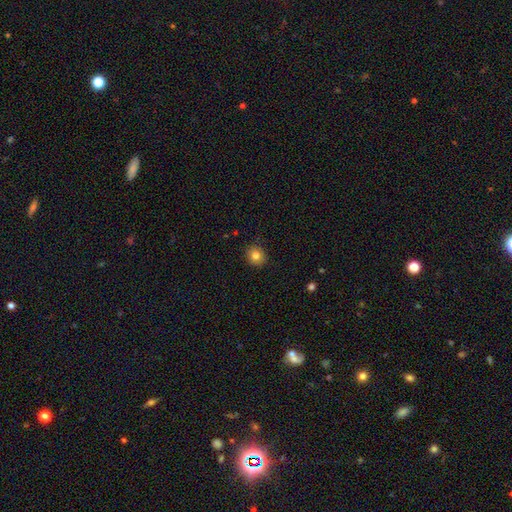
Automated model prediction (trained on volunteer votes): smooth 81%, star or artifact 11%, featured or disk 8%. Down the decision tree: how rounded — round (84%); merging — none (89%).